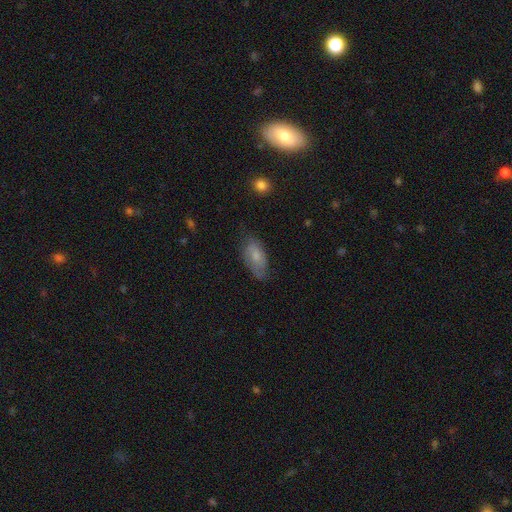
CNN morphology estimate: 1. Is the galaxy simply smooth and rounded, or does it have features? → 59% smooth, 34% featured or disk, 7% star or artifact.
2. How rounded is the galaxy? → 91% in between, 6% cigar-shaped, 4% round.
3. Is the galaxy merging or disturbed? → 63% none, 28% minor disturbance, 8% major disturbance, 2% merger.